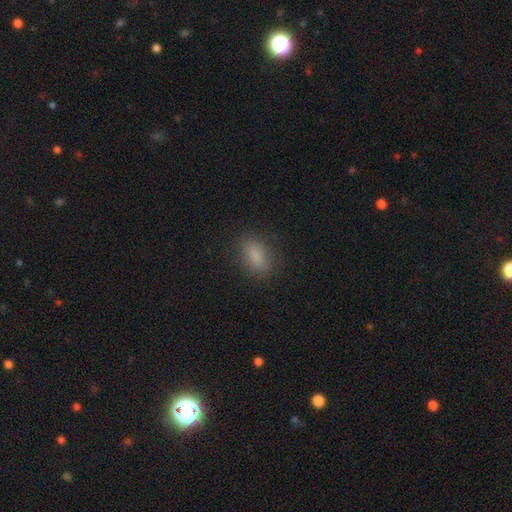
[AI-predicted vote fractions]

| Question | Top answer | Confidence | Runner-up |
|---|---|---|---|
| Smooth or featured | smooth | 85% | star or artifact (9%) |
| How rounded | in between | 84% | round (9%) |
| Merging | none | 83% | minor disturbance (12%) |